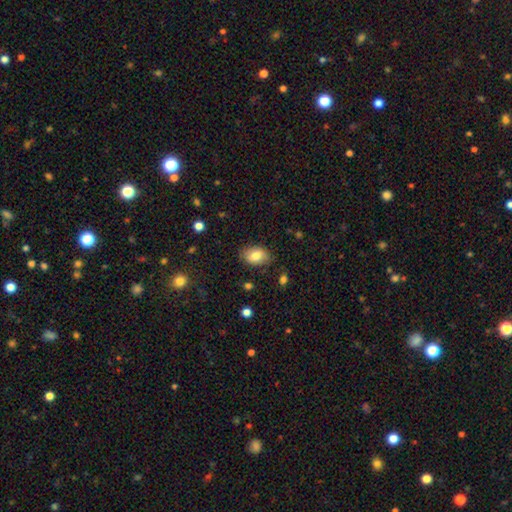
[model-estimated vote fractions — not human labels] A smooth galaxy with no disk features (76%) that is in between round and cigar-shaped (82%).

Vote fractions:
- Smooth or featured? smooth: 76% / featured or disk: 16% / star or artifact: 8%
- How rounded? in between: 82% / round: 17% / cigar-shaped: 1%
- Merging? none: 78% / minor disturbance: 17% / major disturbance: 4% / merger: 1%